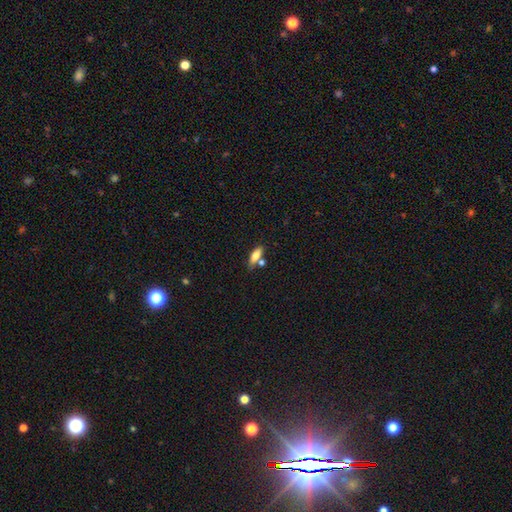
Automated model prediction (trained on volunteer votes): smooth_or_featured: smooth (p=0.73) [alt: featured or disk p=0.20]
how_rounded: in between (p=0.61) [alt: cigar-shaped p=0.35]
merging: none (p=0.62) [alt: merger p=0.20]